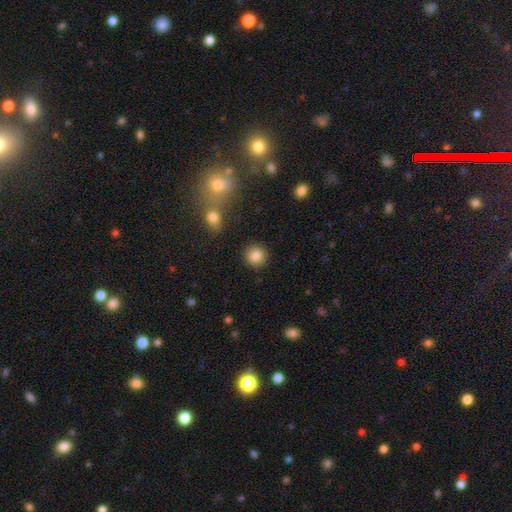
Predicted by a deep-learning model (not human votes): Morphology: type=smooth (85%); roundness=round (92%); merging=none (90%).